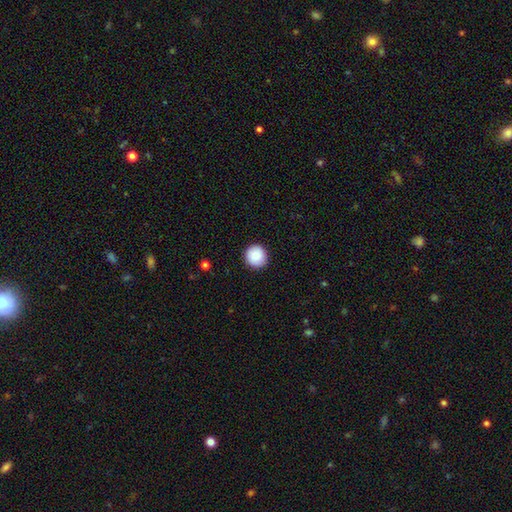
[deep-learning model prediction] Smooth or featured: smooth — 85% (star or artifact — 8%)
How rounded: round — 94% (in between — 5%)
Merging: none — 91% (minor disturbance — 6%)